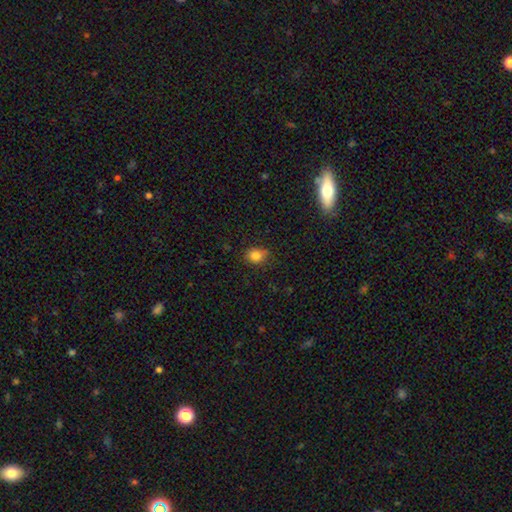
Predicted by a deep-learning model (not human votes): The model was most divided on "how rounded": round: 55%, in between: 43%, cigar-shaped: 1%. More confident: smooth or featured — smooth (83%); merging — none (72%).